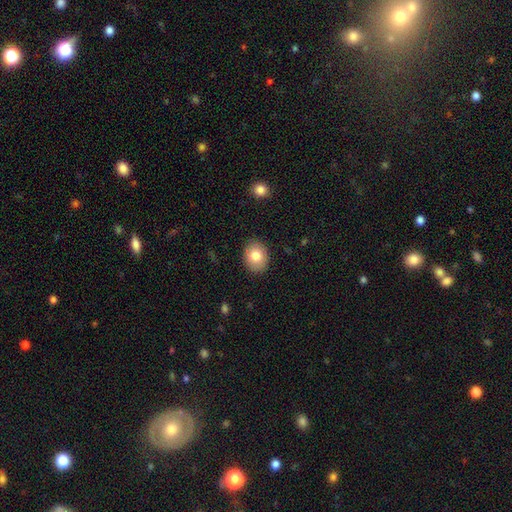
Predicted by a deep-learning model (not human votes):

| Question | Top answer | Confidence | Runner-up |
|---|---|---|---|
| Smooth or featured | smooth | 79% | featured or disk (12%) |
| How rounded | in between | 53% | round (46%) |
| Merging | none | 89% | minor disturbance (8%) |